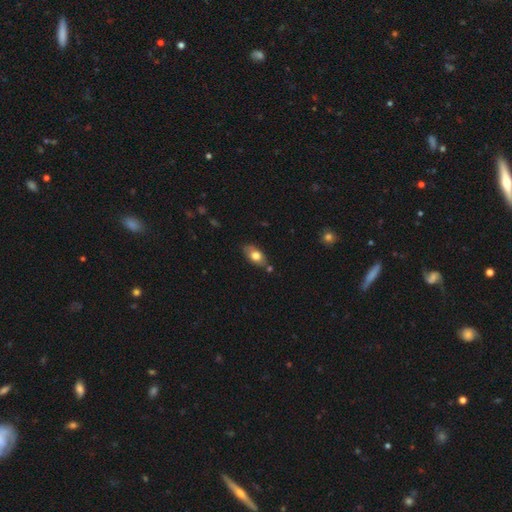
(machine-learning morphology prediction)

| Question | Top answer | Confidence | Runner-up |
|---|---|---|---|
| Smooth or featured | smooth | 72% | featured or disk (20%) |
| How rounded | in between | 87% | round (8%) |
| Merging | none | 70% | minor disturbance (20%) |